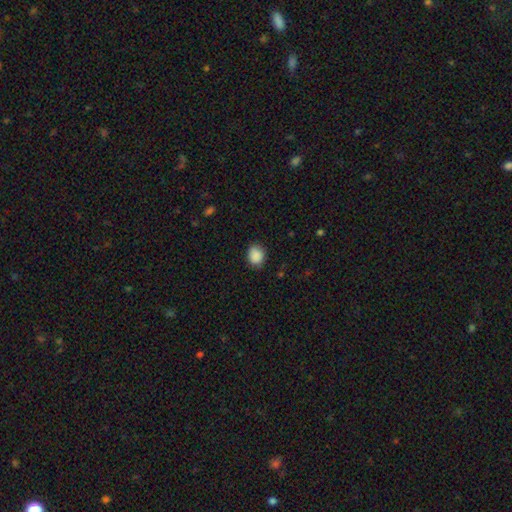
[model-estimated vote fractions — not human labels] smooth_or_featured: smooth (p=0.89) [alt: star or artifact p=0.08]
how_rounded: round (p=0.55) [alt: in between p=0.44]
merging: none (p=0.84) [alt: minor disturbance p=0.12]